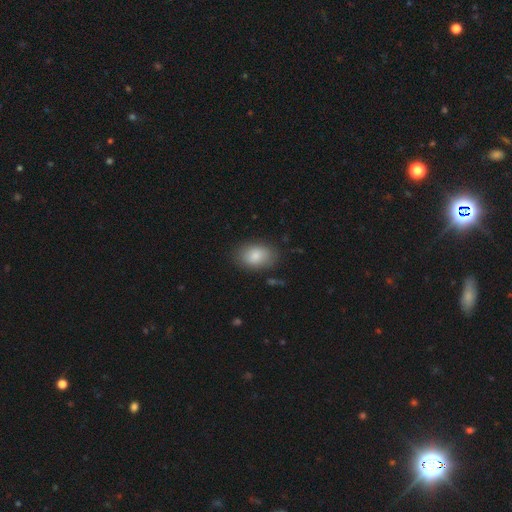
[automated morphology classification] Smooth or featured? smooth (84%)
How rounded? in between (83%)
Merging? none (81%)